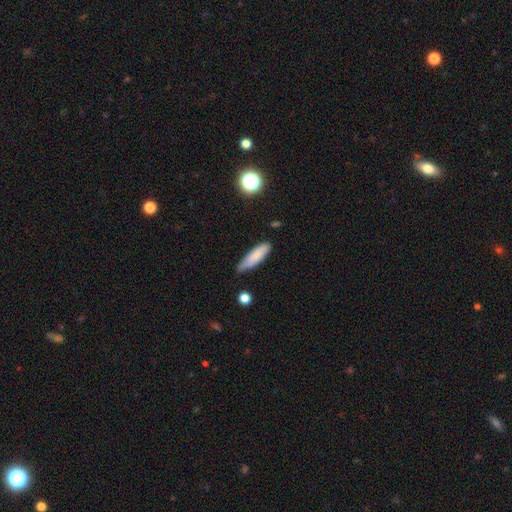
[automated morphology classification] Overall: smooth (81%). How rounded: cigar-shaped (62%; in between 36%). Merging: none (63%; minor disturbance 30%).